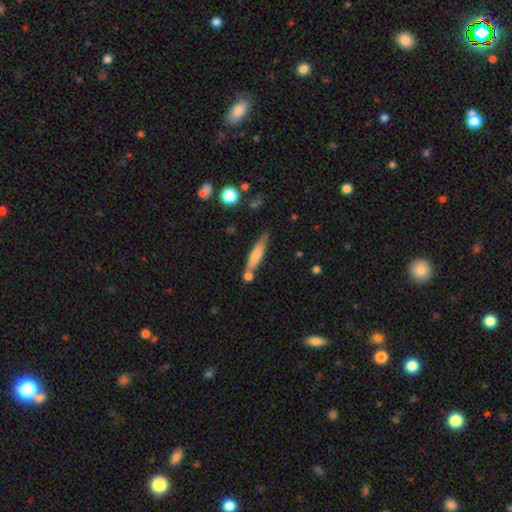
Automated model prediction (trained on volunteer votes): Overall: smooth (64%; featured or disk 30%). How rounded: cigar-shaped (85%). Merging: none (65%).